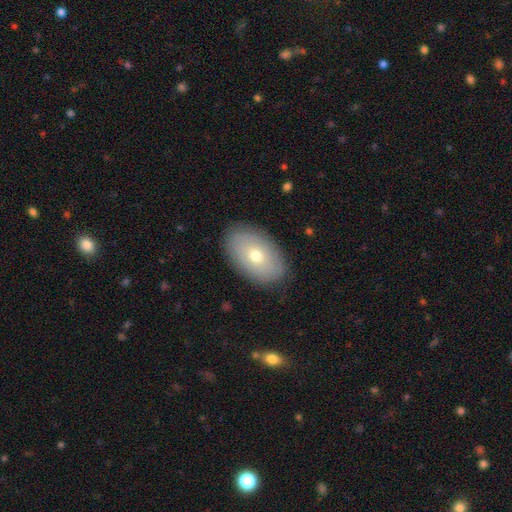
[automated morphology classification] Smooth or featured?
  - smooth: 62% *
  - featured or disk: 30%
  - star or artifact: 8%
How rounded?
  - in between: 91% *
  - round: 8%
  - cigar-shaped: 1%
Merging?
  - none: 87% *
  - minor disturbance: 9%
  - major disturbance: 3%
  - merger: 1%